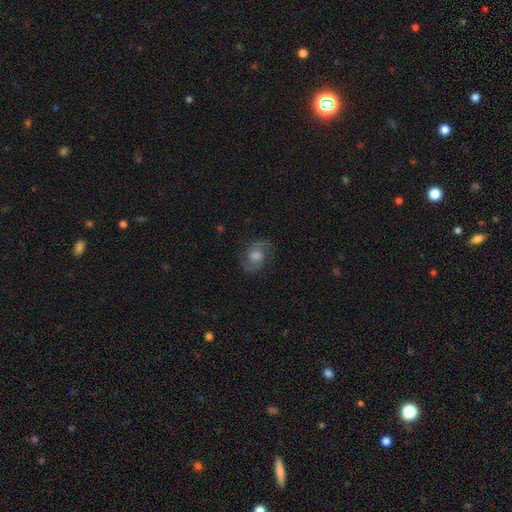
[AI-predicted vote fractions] A featured or disk galaxy (77%) with no bar (55%), 2 (91%) medium (55%) spiral arms (95%) and a moderate central bulge (49%).

Vote fractions:
- Smooth or featured? featured or disk: 77% / smooth: 15% / star or artifact: 9%
- Edge-on disk? no: 97% / yes: 3%
- Bar? no: 55% / weak: 38% / strong: 7%
- Spiral arms? yes: 95% / no: 5%
- Spiral winding? medium: 55% / tight: 25% / loose: 20%
- Spiral arm count? 2: 91% / can't tell: 4% / 1: 1% / 3: 1% / 4: 1% / more than 4: 1%
- Bulge size? moderate: 49% / large: 21% / small: 20% / none: 8% / dominant: 2%
- Merging? none: 82% / minor disturbance: 12% / major disturbance: 5% / merger: 1%